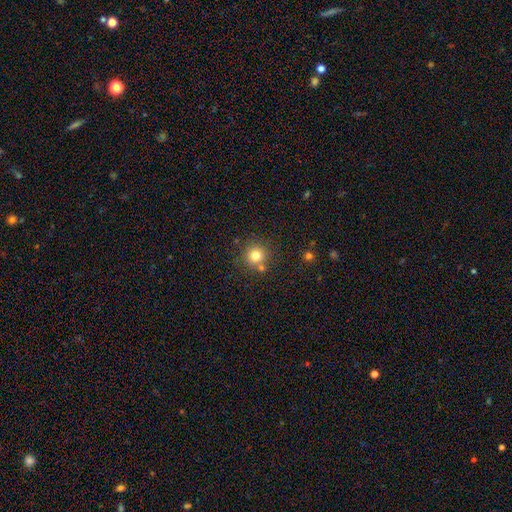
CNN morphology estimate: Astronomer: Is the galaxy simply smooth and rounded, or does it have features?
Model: smooth — 78%.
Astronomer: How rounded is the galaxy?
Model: round — 94%.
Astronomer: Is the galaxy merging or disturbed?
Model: none — 77%.